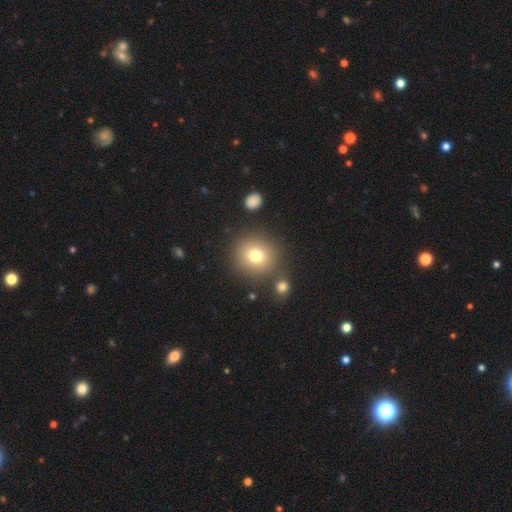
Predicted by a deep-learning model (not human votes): smooth-or-featured: smooth: 76% | star or artifact: 13% | featured or disk: 11%
  how-rounded: round: 90% | in between: 10% | cigar-shaped: 1%
  merging: none: 80% | minor disturbance: 8% | merger: 8% | major disturbance: 4%